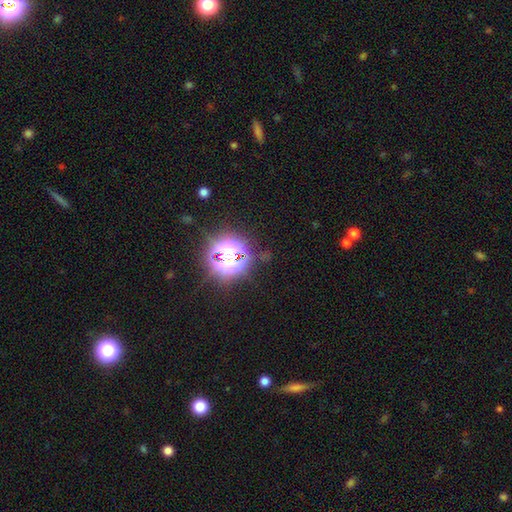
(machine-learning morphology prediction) Q: Smooth or featured?
A: star or artifact (77%); runner-up: smooth (15%)